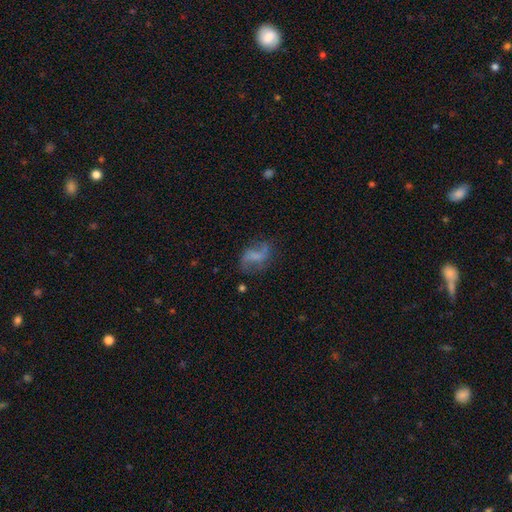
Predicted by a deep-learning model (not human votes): Smooth or featured? featured or disk (61%)
Edge-on disk? no (97%)
Bar? no (42%)
Spiral arms? yes (80%)
Bulge size? none (60%)
Merging? none (56%)